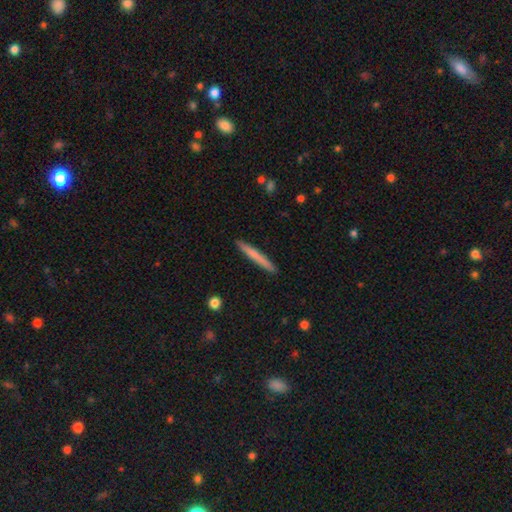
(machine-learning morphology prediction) smooth 66%, featured or disk 28%, star or artifact 5%. Down the decision tree: how rounded — cigar-shaped (97%); merging — none (92%).